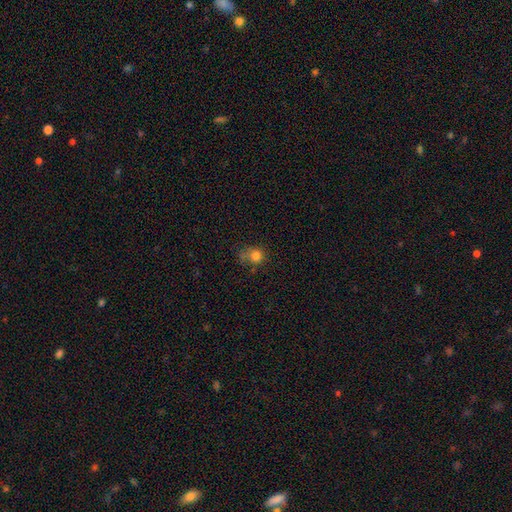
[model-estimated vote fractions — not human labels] Q: Smooth or featured?
A: smooth (78%); runner-up: star or artifact (13%)
Q: How rounded?
A: round (77%); runner-up: in between (22%)
Q: Merging?
A: none (49%); runner-up: minor disturbance (27%)